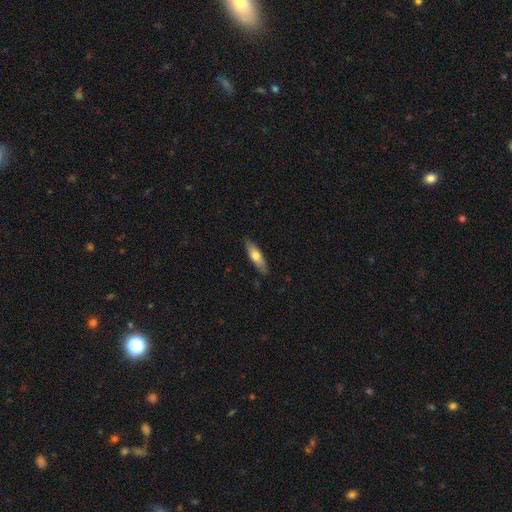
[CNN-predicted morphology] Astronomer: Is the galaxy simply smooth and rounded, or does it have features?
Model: smooth — 63%.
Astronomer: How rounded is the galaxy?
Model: cigar-shaped — 53% (runner-up: in between, 44%).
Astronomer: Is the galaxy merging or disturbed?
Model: none — 85%.